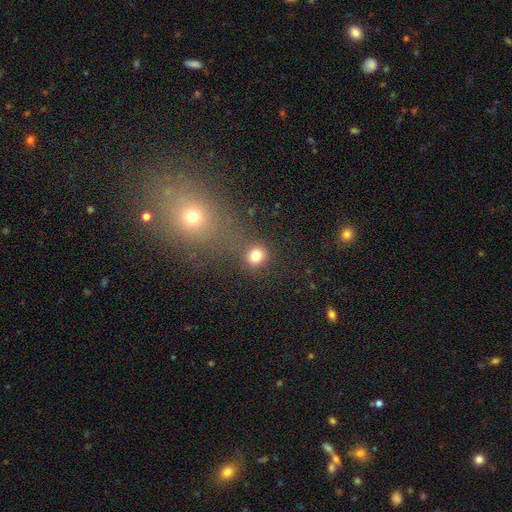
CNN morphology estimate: This is likely a smooth galaxy (79%). How rounded: likely round (80%). Merging: likely none (77%).